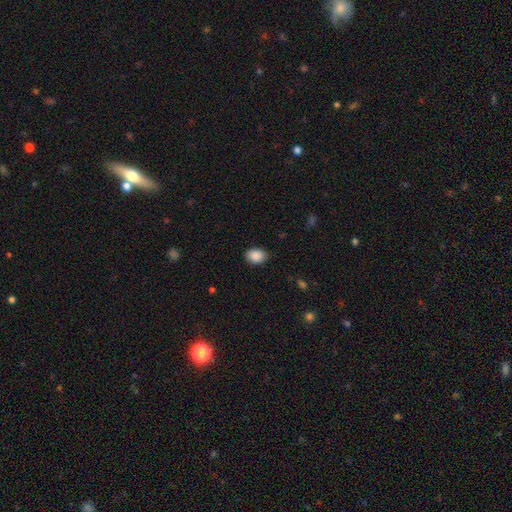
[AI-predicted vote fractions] Overall: smooth (89%). How rounded: in between (72%). Merging: none (85%).